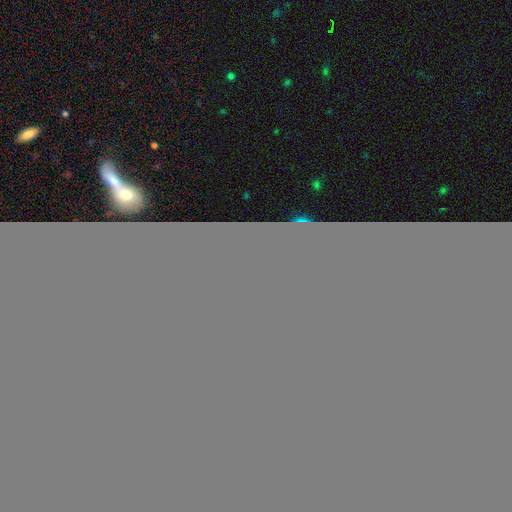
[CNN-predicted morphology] smooth 45%, featured or disk 44%, star or artifact 11%. Down the decision tree: merging — none (73%).